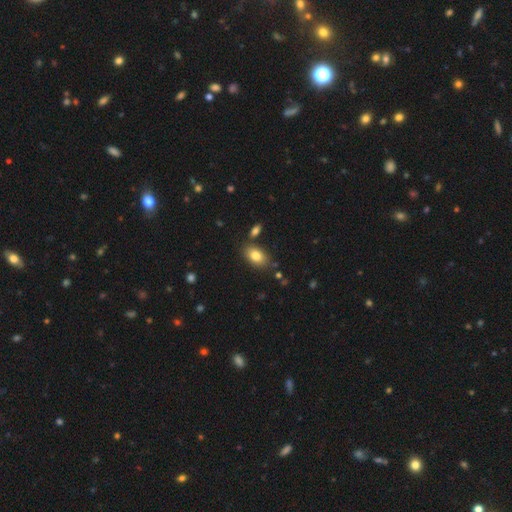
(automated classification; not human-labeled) Smooth or featured: smooth — 82% (featured or disk — 10%)
How rounded: in between — 90% (round — 9%)
Merging: none — 79% (minor disturbance — 11%)